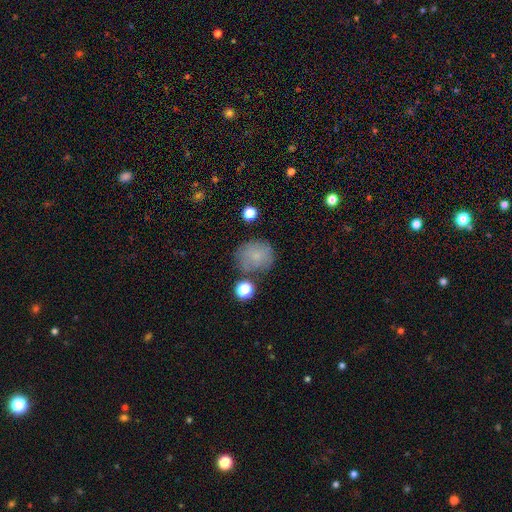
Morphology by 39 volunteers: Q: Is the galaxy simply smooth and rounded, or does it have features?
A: smooth — 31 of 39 (79%).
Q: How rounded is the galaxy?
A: round — 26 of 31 (84%).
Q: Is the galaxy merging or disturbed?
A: none — 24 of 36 (67%).